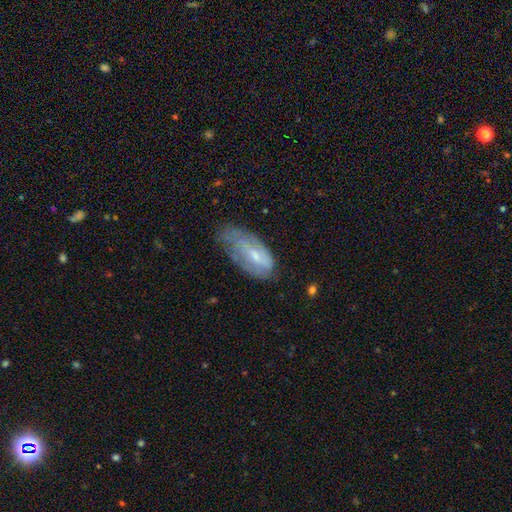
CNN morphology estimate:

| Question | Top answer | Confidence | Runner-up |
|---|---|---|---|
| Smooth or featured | featured or disk | 51% | smooth (41%) |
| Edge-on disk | no | 91% | yes (9%) |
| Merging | minor disturbance | 37% | none (34%) |